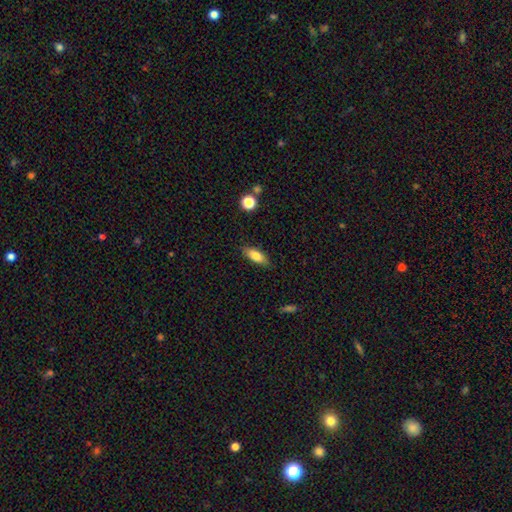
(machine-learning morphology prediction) smooth 78%, featured or disk 14%, star or artifact 8%. Down the decision tree: how rounded — in between (74%); merging — none (85%).